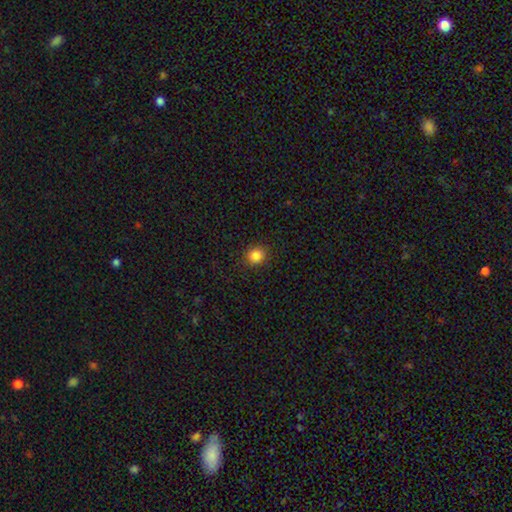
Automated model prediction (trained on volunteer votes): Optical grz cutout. It shows a smooth galaxy with no disk features (86%) that is round (82%). Merging: none (89%).